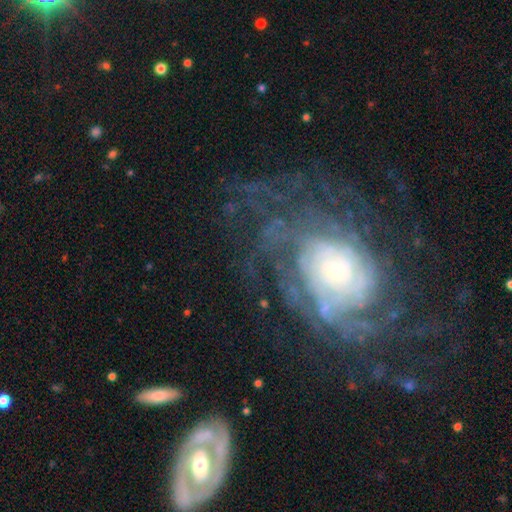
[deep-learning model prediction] A featured or disk galaxy (80%) with no bar (75%), tight (61%) spiral arms (90%) and a small central bulge (42%). Merging: none (58%).